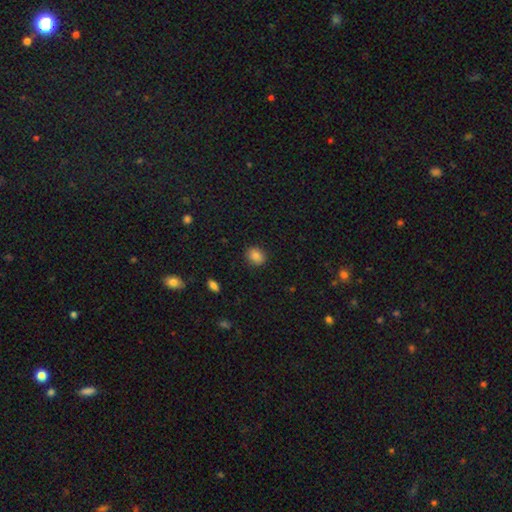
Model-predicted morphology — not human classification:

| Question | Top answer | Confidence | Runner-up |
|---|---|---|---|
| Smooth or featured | smooth | 84% | star or artifact (10%) |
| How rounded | round | 58% | in between (41%) |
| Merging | none | 89% | minor disturbance (8%) |